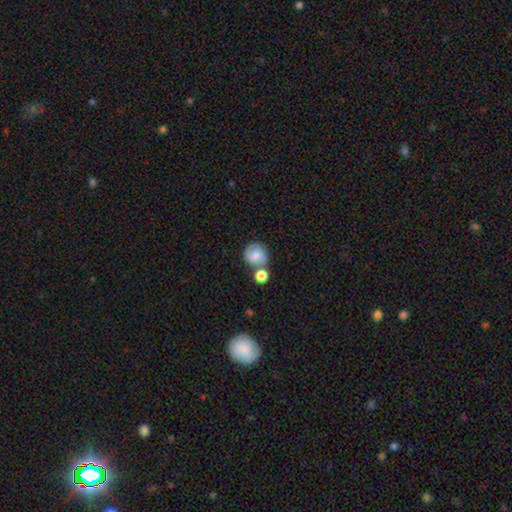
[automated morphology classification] smooth-or-featured: smooth: 68% | featured or disk: 24% | star or artifact: 8%
  how-rounded: round: 85% | in between: 14% | cigar-shaped: 1%
  merging: none: 48% | merger: 34% | minor disturbance: 13% | major disturbance: 5%